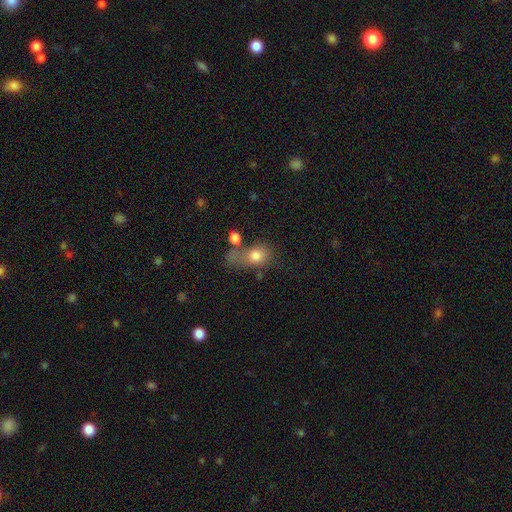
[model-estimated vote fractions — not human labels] A smooth galaxy with no disk features (76%) that is in between round and cigar-shaped (55%).

Vote fractions:
- Smooth or featured? smooth: 76% / featured or disk: 13% / star or artifact: 11%
- How rounded? in between: 55% / round: 42% / cigar-shaped: 3%
- Merging? none: 30% / major disturbance: 26% / merger: 24% / minor disturbance: 21%